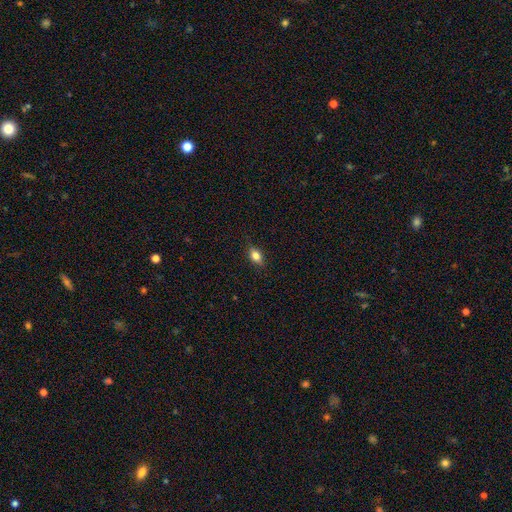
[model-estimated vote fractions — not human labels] smooth-or-featured: smooth: 81% | featured or disk: 10% | star or artifact: 9%
  how-rounded: in between: 81% | round: 15% | cigar-shaped: 4%
  merging: none: 87% | minor disturbance: 10% | major disturbance: 2% | merger: 1%